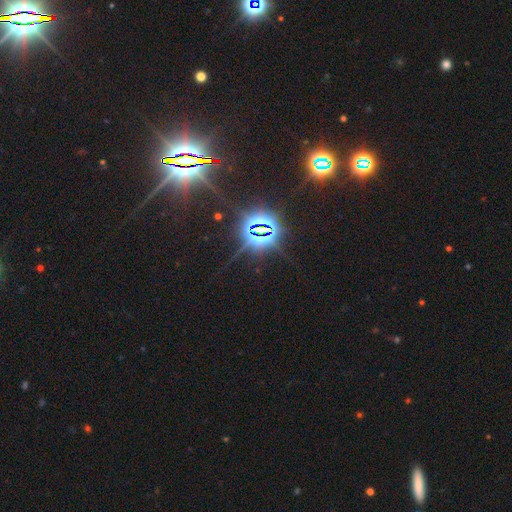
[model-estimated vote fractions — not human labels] Q: Smooth or featured?
A: star or artifact (83%); runner-up: smooth (9%)